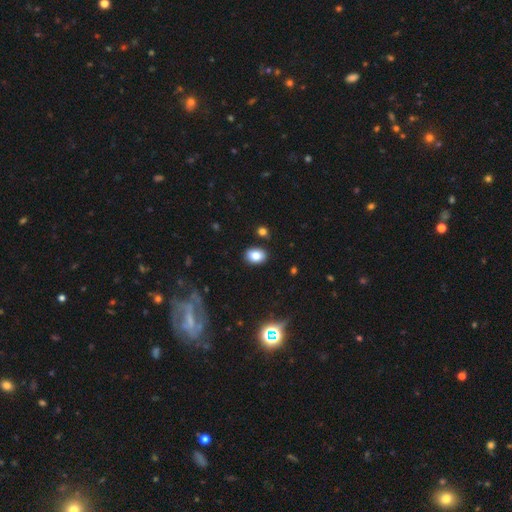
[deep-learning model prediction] Q: Smooth or featured?
A: smooth (82%); runner-up: star or artifact (10%)
Q: How rounded?
A: in between (73%); runner-up: round (26%)
Q: Merging?
A: none (87%); runner-up: minor disturbance (9%)